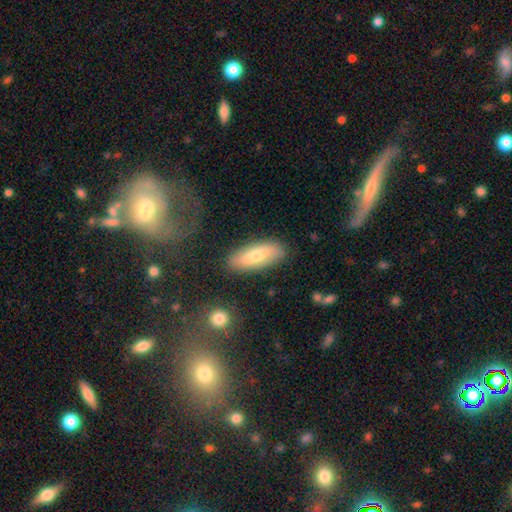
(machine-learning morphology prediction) Overall: smooth (62%; featured or disk 31%). How rounded: in between (63%; cigar-shaped 35%). Merging: none (83%).